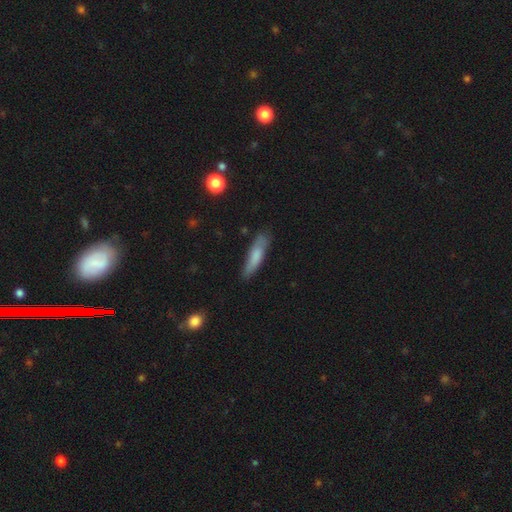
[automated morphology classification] smooth 73%, featured or disk 20%, star or artifact 7%. Down the decision tree: how rounded — cigar-shaped (73%); merging — none (76%).